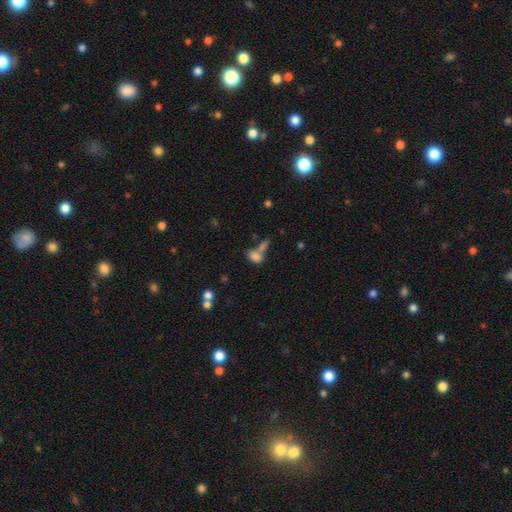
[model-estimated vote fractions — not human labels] Smooth or featured?
  - smooth: 77% *
  - star or artifact: 12%
  - featured or disk: 11%
How rounded?
  - in between: 82% *
  - round: 14%
  - cigar-shaped: 3%
Merging?
  - merger: 47% *
  - none: 33%
  - minor disturbance: 12%
  - major disturbance: 9%